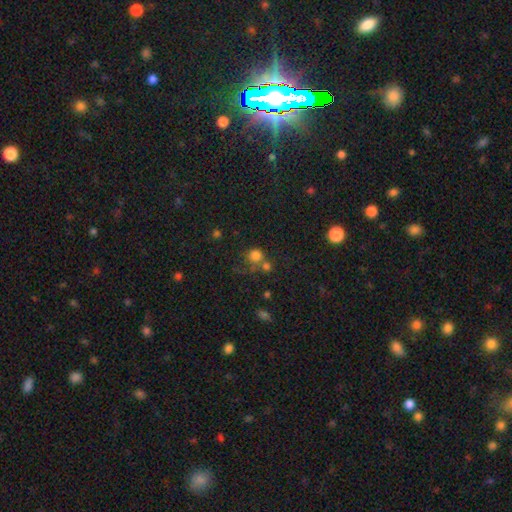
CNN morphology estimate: Smooth or featured? Predicted: smooth (p=0.77). How rounded? Predicted: round (p=0.87). Merging? Predicted: none (p=0.49).